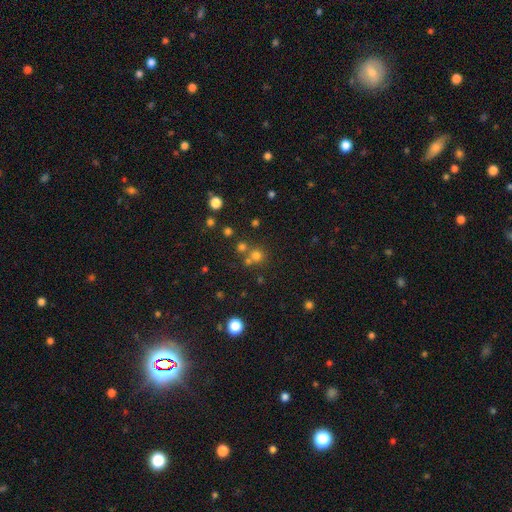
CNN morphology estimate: Overall: smooth (67%). How rounded: round (90%). Merging: none (61%; merger 29%).